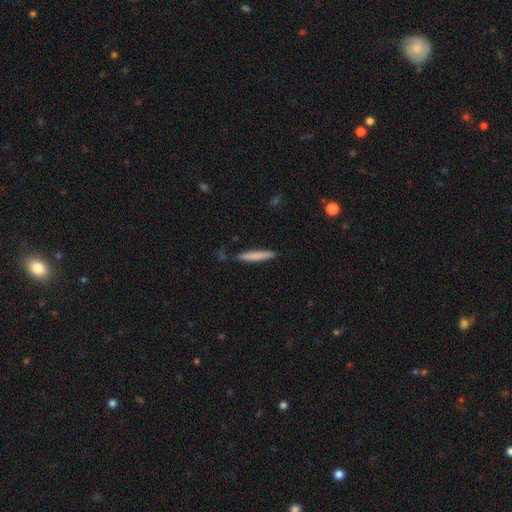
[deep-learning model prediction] A smooth galaxy with no disk features (76%) that is cigar-shaped (94%). Merging: none (81%).